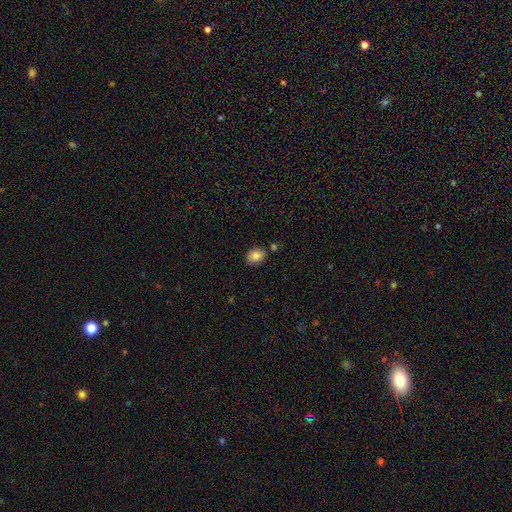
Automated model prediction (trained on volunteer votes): This is clearly a smooth galaxy (84%). How rounded: likely in between (65%). Merging: likely none (78%).